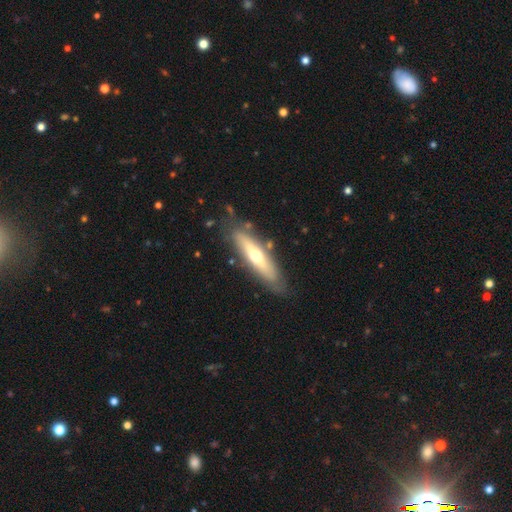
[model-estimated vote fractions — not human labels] Smooth or featured? featured or disk (51%)
Edge-on disk? yes (70%)
Merging? none (79%)